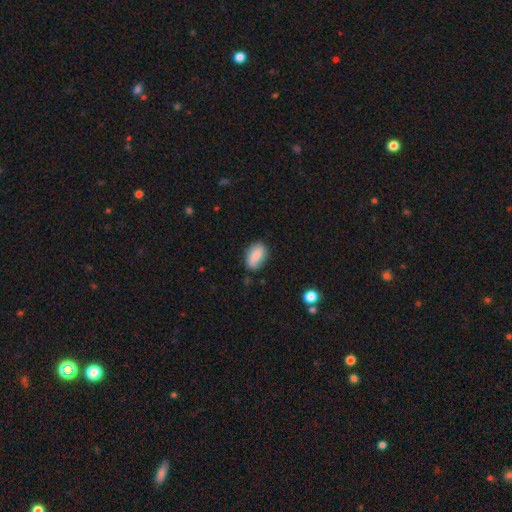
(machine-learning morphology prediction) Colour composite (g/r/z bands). It shows a smooth galaxy with no disk features (71%) that is in between round and cigar-shaped (86%). Merging: none (78%).